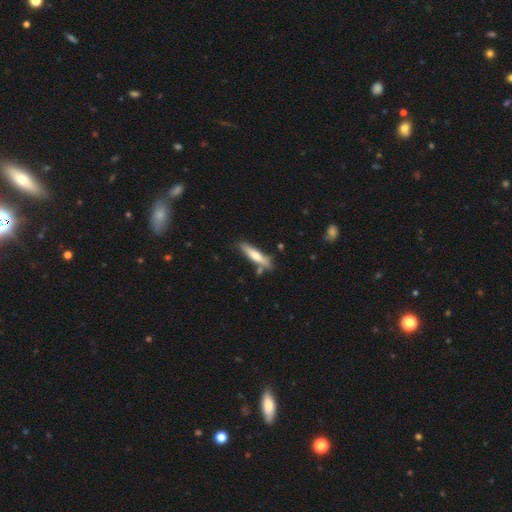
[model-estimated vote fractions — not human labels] A smooth galaxy with no disk features (61%) that is cigar-shaped (82%).

Vote fractions:
- Smooth or featured? smooth: 61% / featured or disk: 33% / star or artifact: 6%
- How rounded? cigar-shaped: 82% / in between: 16% / round: 2%
- Merging? none: 76% / minor disturbance: 14% / merger: 7% / major disturbance: 3%